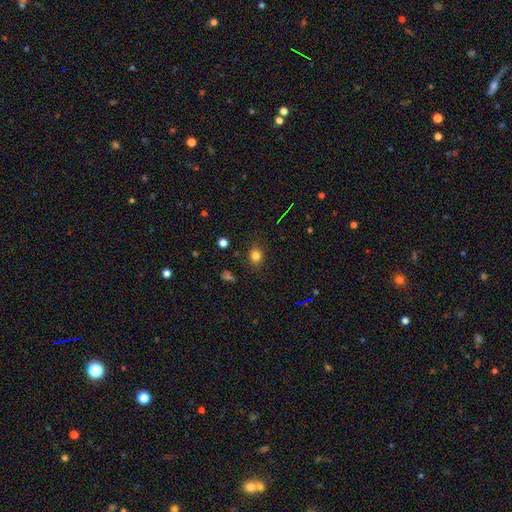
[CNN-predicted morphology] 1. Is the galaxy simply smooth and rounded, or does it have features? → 80% smooth, 14% star or artifact, 6% featured or disk.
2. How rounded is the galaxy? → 64% round, 35% in between, 1% cigar-shaped.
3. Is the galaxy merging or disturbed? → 84% none, 11% minor disturbance, 3% major disturbance, 2% merger.